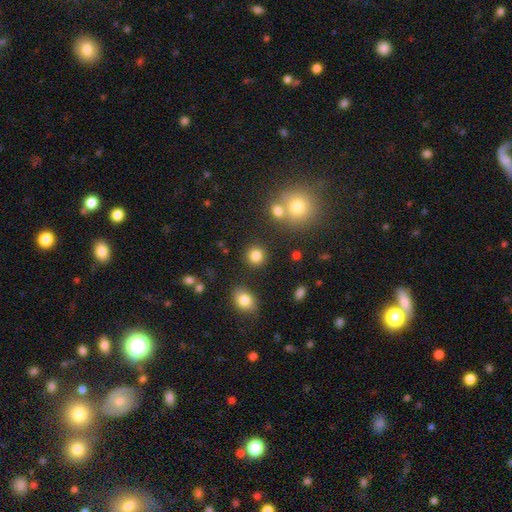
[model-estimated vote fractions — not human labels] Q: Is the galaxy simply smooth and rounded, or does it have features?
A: smooth — 83%.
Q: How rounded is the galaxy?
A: round — 89%.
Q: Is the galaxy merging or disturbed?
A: none — 86%.